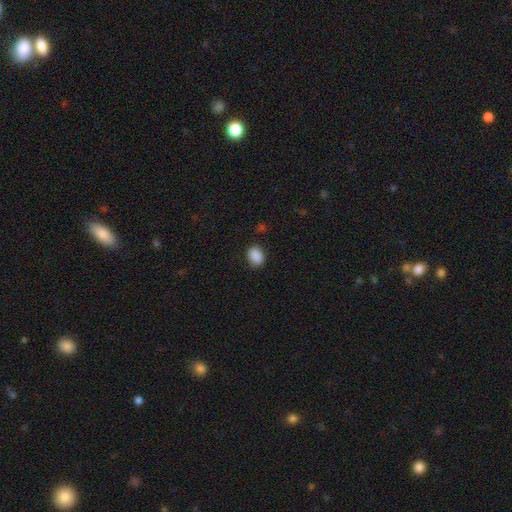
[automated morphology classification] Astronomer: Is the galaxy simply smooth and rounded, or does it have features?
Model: smooth — 89%.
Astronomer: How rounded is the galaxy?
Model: in between — 75%.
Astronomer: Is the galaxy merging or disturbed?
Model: none — 84%.